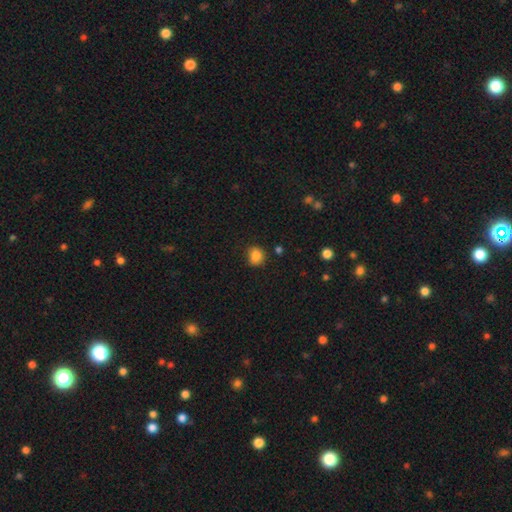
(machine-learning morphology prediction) Smooth or featured? smooth (85%)
How rounded? round (66%)
Merging? none (77%)